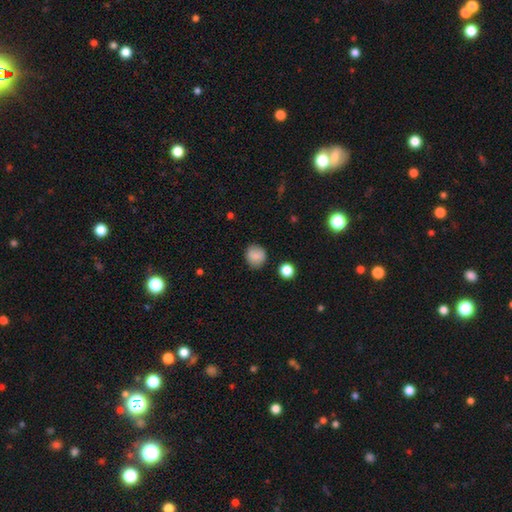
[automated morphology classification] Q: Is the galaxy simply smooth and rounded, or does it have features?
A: smooth — 84%.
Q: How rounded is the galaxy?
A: round — 86%.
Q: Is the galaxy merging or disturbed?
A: none — 85%.